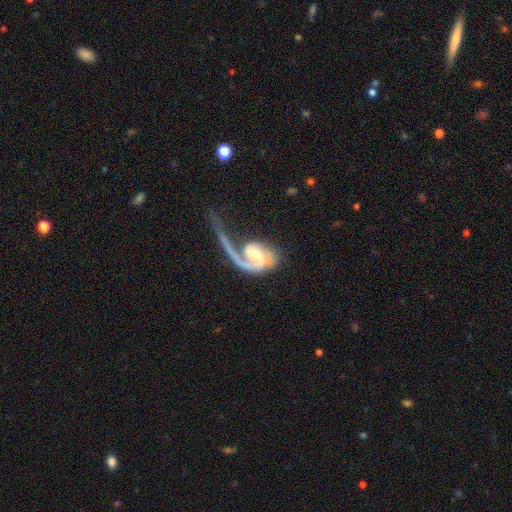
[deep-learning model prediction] Morphology: type=featured or disk (86%); edge-on=no (97%); bar=no (50%); spiral arms=yes (94%); winding=loose (41%); arm count=1 (81%); bulge=moderate (63%); merging=major disturbance (52%).